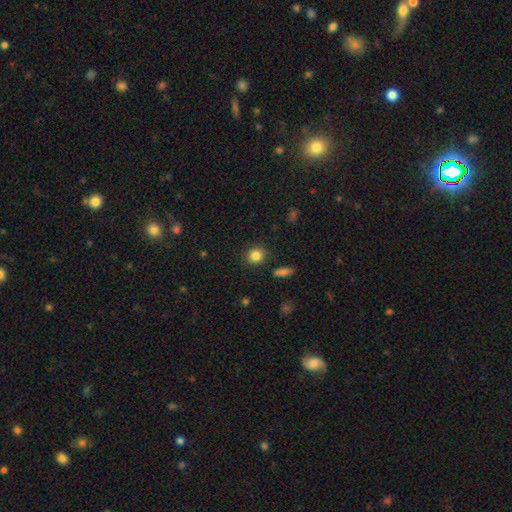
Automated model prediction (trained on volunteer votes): Smooth or featured: smooth — 84% (star or artifact — 10%)
How rounded: round — 82% (in between — 17%)
Merging: none — 87% (minor disturbance — 8%)